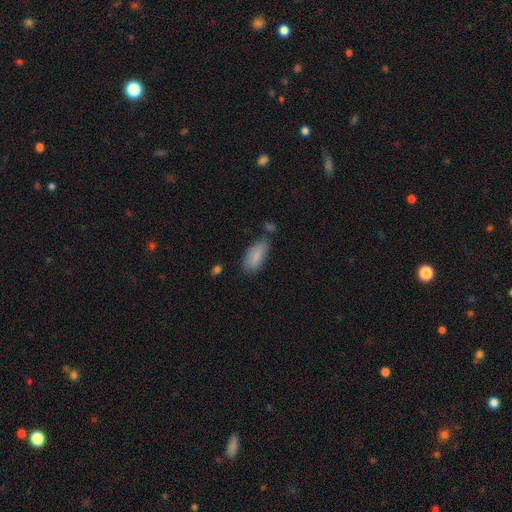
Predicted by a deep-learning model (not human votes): Smooth or featured? smooth (84%)
How rounded? in between (87%)
Merging? none (64%)